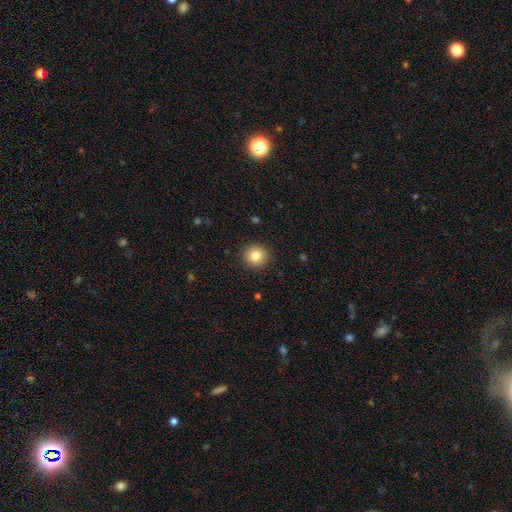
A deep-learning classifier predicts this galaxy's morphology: smooth_or_featured: smooth (p=0.82) [alt: star or artifact p=0.10]
how_rounded: round (p=0.92) [alt: in between p=0.07]
merging: none (p=0.90) [alt: minor disturbance p=0.07]